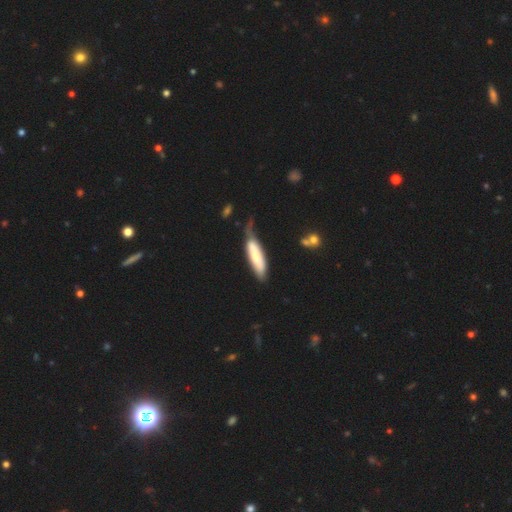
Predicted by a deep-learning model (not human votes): Q: Smooth or featured?
A: smooth (64%); runner-up: featured or disk (31%)
Q: How rounded?
A: cigar-shaped (62%); runner-up: in between (37%)
Q: Merging?
A: minor disturbance (35%); runner-up: none (34%)